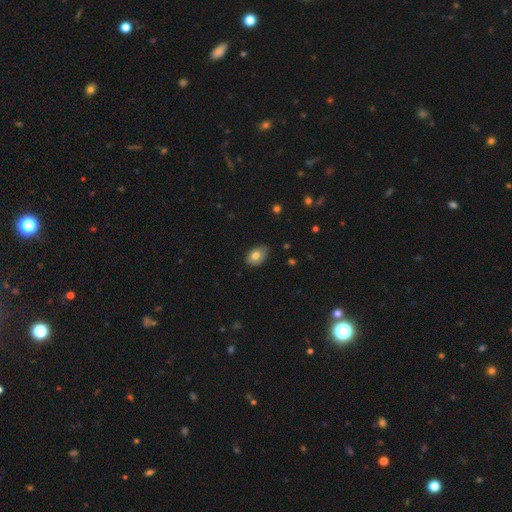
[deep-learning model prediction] Smooth or featured?
  - smooth: 75% *
  - featured or disk: 17%
  - star or artifact: 8%
How rounded?
  - in between: 84% *
  - round: 15%
  - cigar-shaped: 1%
Merging?
  - none: 76% *
  - minor disturbance: 20%
  - major disturbance: 3%
  - merger: 1%